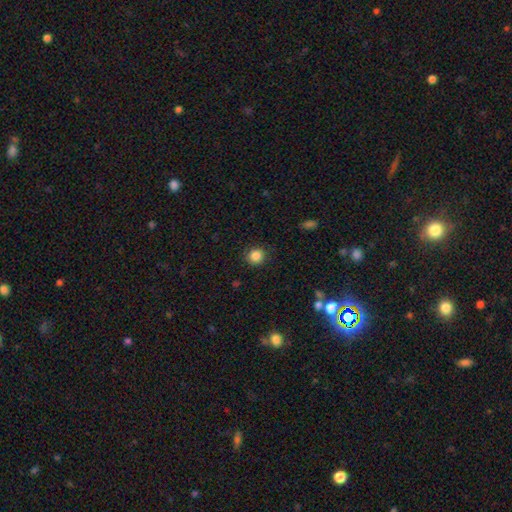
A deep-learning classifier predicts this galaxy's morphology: Smooth or featured? smooth (86%)
How rounded? round (91%)
Merging? none (89%)